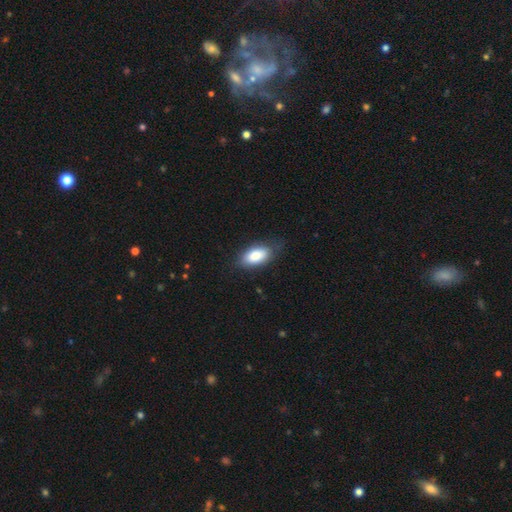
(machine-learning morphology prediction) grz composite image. It shows a smooth galaxy with no disk features (84%) that is in between round and cigar-shaped (92%). Merging: none (70%).